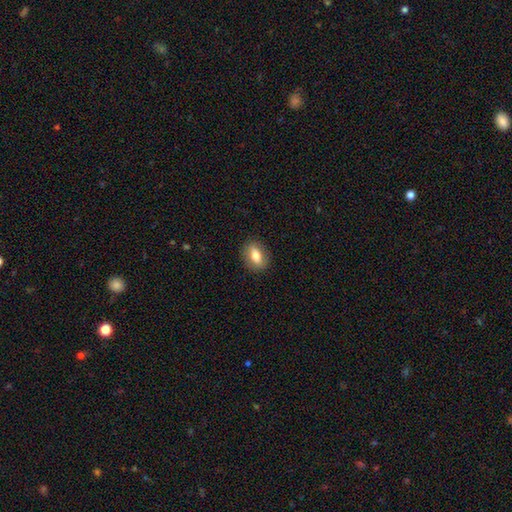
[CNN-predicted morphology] type=smooth (74%); roundness=in between (78%); merging=none (87%).